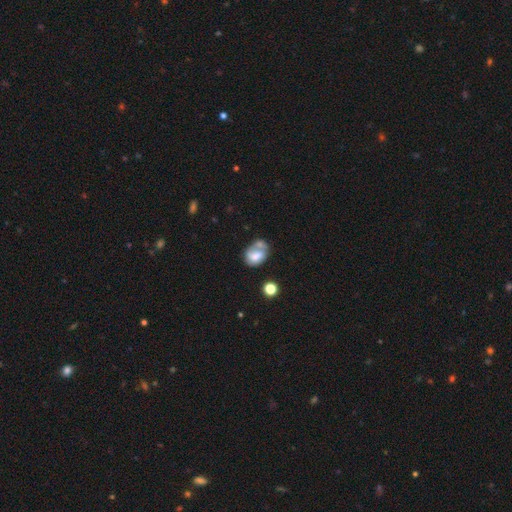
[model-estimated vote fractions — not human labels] This is possibly a smooth galaxy (52%). How rounded: likely in between (67%). Merging: marginally merger (34%).